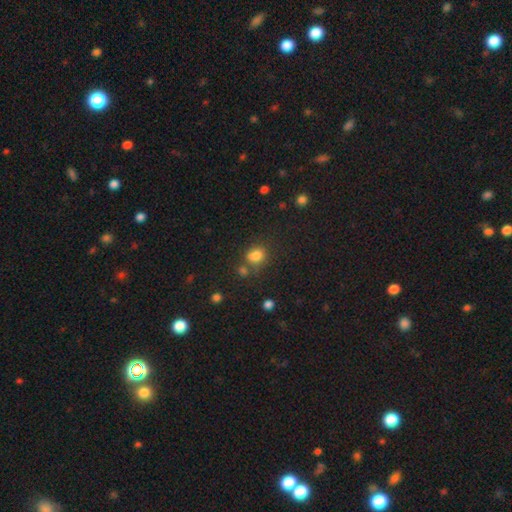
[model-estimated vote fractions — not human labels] Smooth or featured: smooth — 79% (star or artifact — 14%)
How rounded: round — 58% (in between — 41%)
Merging: none — 56% (merger — 21%)